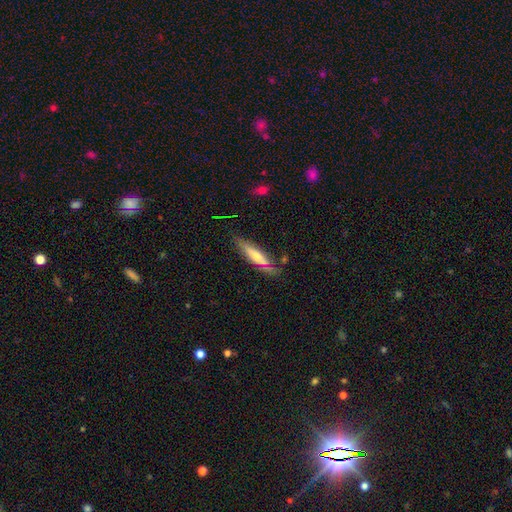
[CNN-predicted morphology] A featured or disk galaxy (53%) viewed edge-on (77%).

Vote fractions:
- Smooth or featured? featured or disk: 53% / smooth: 39% / star or artifact: 8%
- Edge-on disk? yes: 77% / no: 23%
- Merging? none: 74% / minor disturbance: 18% / major disturbance: 5% / merger: 3%